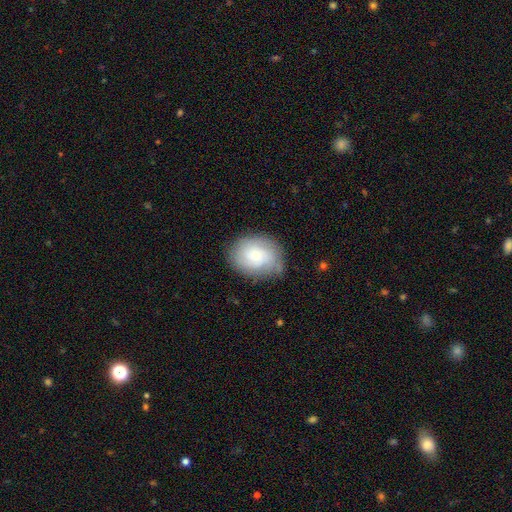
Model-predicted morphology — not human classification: This is likely a smooth galaxy (62%). How rounded: likely in between (64%). Merging: likely none (68%).